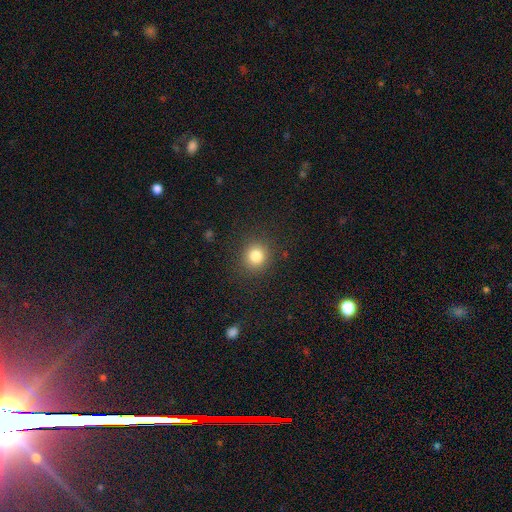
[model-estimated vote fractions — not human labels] Smooth or featured?
  - smooth: 82% *
  - star or artifact: 12%
  - featured or disk: 6%
How rounded?
  - round: 87% *
  - in between: 12%
  - cigar-shaped: 1%
Merging?
  - none: 89% *
  - minor disturbance: 7%
  - major disturbance: 3%
  - merger: 1%